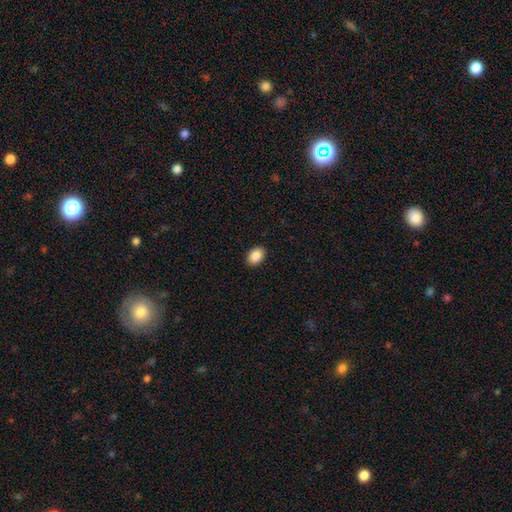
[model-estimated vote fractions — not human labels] Morphology: type=smooth (86%); roundness=in between (79%); merging=none (90%).